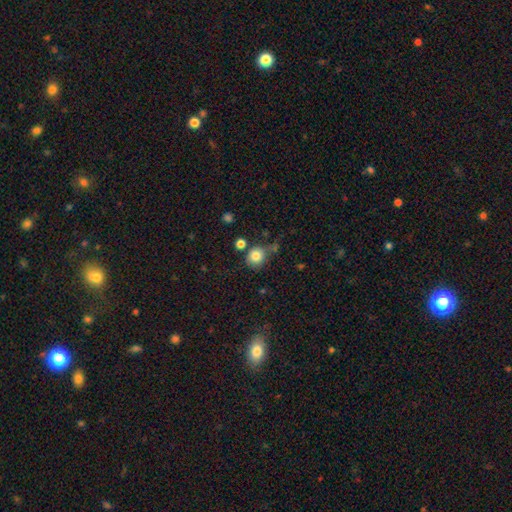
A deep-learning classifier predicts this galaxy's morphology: Smooth or featured? Predicted: smooth (p=0.81). How rounded? Predicted: round (p=0.83). Merging? Predicted: none (p=0.63).